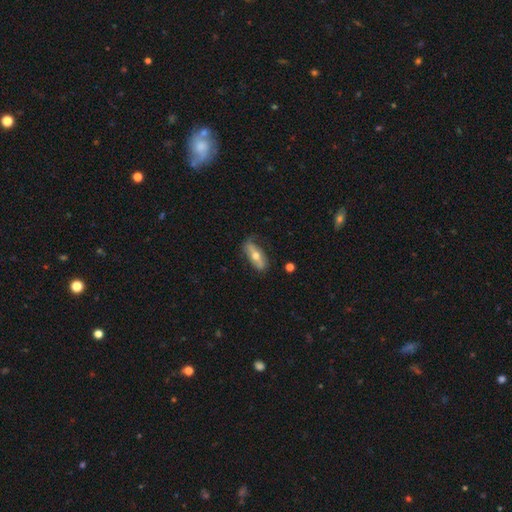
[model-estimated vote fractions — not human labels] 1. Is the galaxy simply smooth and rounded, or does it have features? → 47% smooth (tied), 47% featured or disk (tied), 6% star or artifact.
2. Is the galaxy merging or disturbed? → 65% none, 25% minor disturbance, 8% major disturbance, 2% merger.